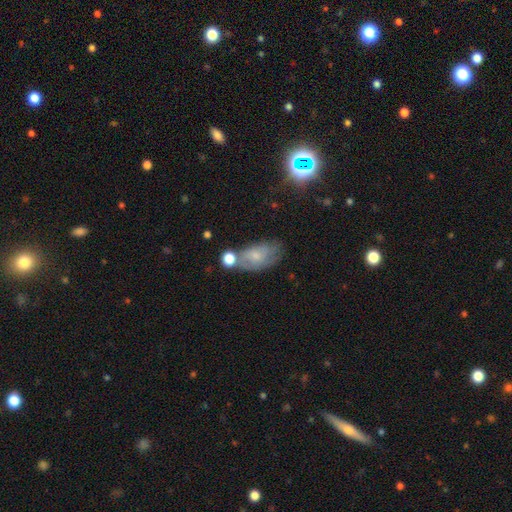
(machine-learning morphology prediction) Smooth or featured: smooth — 55% (featured or disk — 34%)
How rounded: in between — 89% (round — 8%)
Merging: none — 45% (minor disturbance — 27%)